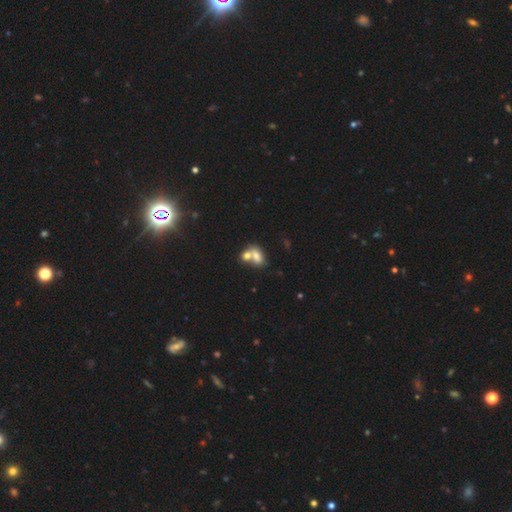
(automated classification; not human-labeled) Smooth or featured: smooth — 73% (featured or disk — 17%)
How rounded: in between — 80% (round — 17%)
Merging: merger — 60% (none — 27%)